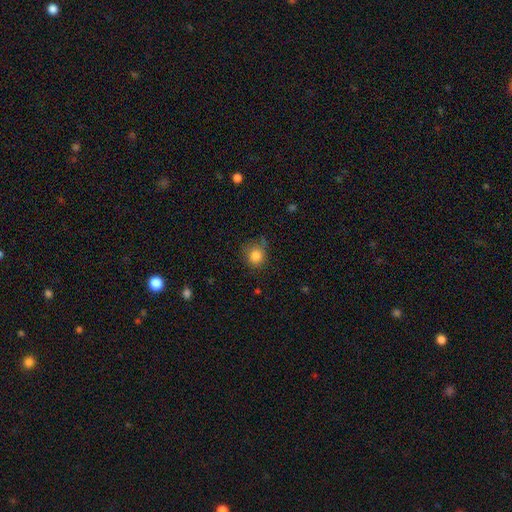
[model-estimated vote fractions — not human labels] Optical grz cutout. It shows a smooth galaxy with no disk features (84%) that is round (83%). Merging: none (69%).